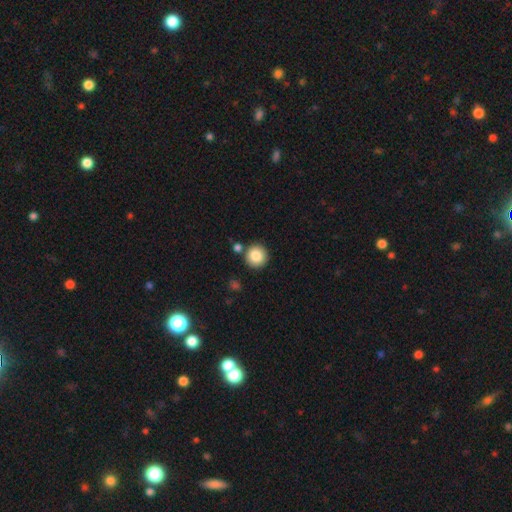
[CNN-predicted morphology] smooth_or_featured: smooth (p=0.86) [alt: star or artifact p=0.09]
how_rounded: round (p=0.95) [alt: in between p=0.04]
merging: none (p=0.83) [alt: merger p=0.08]